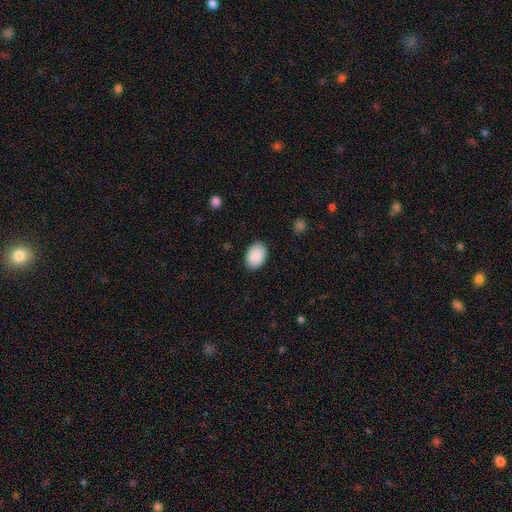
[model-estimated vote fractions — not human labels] This appears to be a smooth galaxy with no disk features (90%) that is in between round and cigar-shaped (85%). Merging: none (86%).